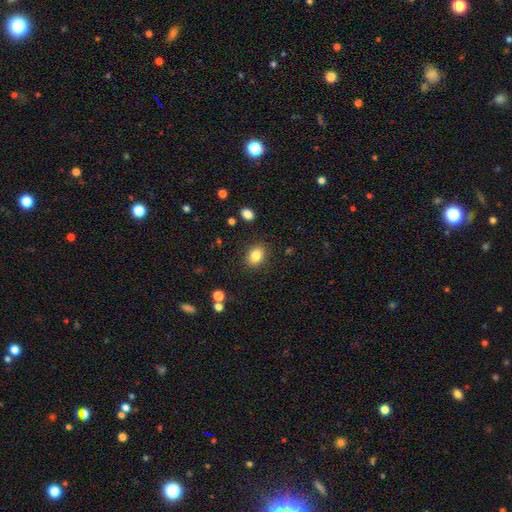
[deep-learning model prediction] This is clearly a smooth galaxy (84%). How rounded: likely in between (68%). Merging: clearly none (86%).